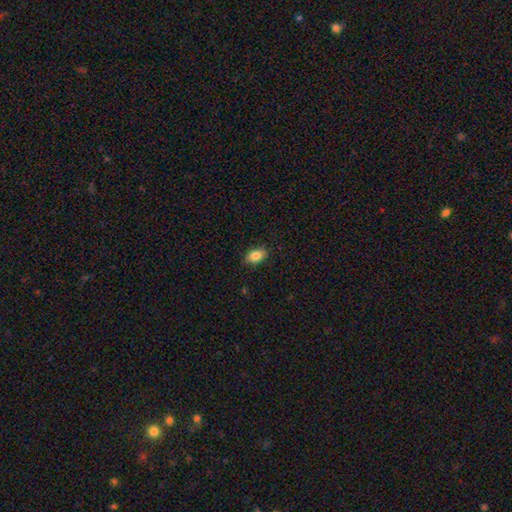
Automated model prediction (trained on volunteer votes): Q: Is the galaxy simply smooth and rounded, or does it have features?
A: smooth — 83%.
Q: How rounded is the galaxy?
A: in between — 87%.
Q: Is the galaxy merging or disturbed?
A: none — 86%.